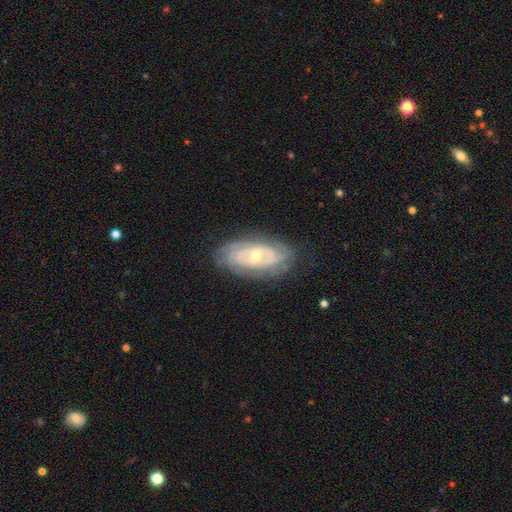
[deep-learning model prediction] Smooth or featured? featured or disk (83%)
Edge-on disk? no (94%)
Bar? no (48%)
Spiral arms? yes (93%)
Spiral winding? tight (71%)
Spiral arm count? can't tell (35%)
Bulge size? small (56%)
Merging? none (78%)